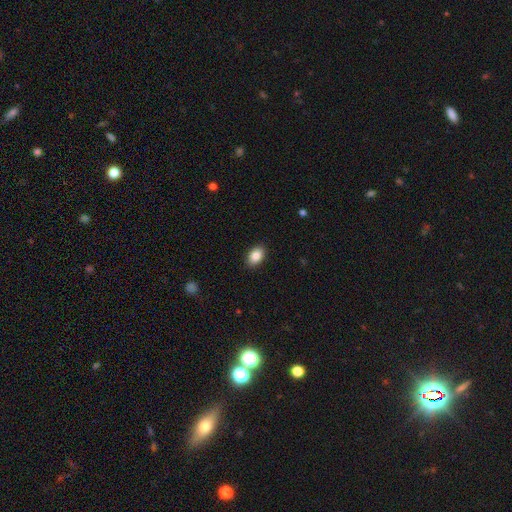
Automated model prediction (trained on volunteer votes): smooth-or-featured: smooth: 88% | star or artifact: 8% | featured or disk: 5%
  how-rounded: in between: 87% | round: 12% | cigar-shaped: 1%
  merging: none: 89% | minor disturbance: 8% | major disturbance: 2% | merger: 1%